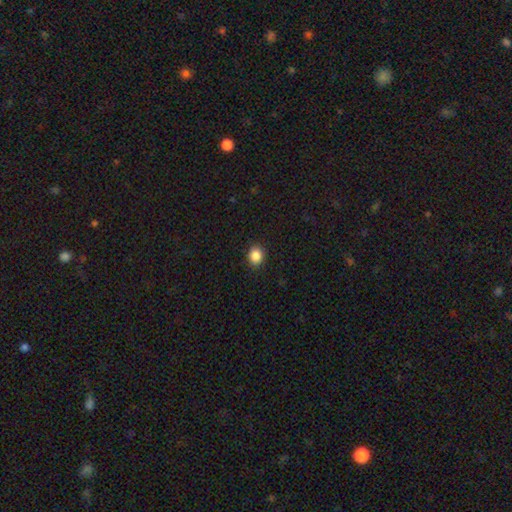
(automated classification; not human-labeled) Q: Smooth or featured?
A: smooth (87%); runner-up: star or artifact (10%)
Q: How rounded?
A: round (66%); runner-up: in between (33%)
Q: Merging?
A: none (90%); runner-up: minor disturbance (7%)